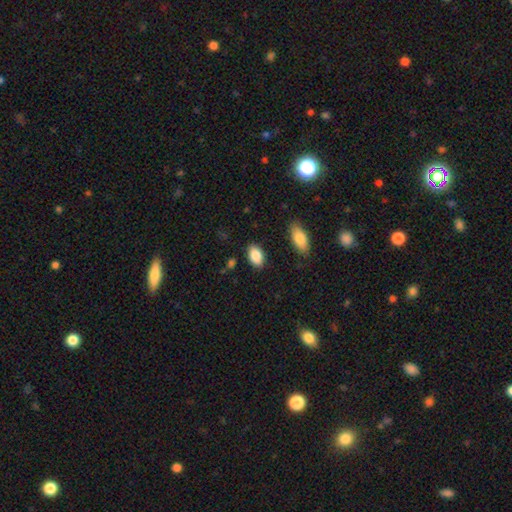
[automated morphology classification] A smooth galaxy with no disk features (87%) that is in between round and cigar-shaped (92%).

Vote fractions:
- Smooth or featured? smooth: 87% / star or artifact: 7% / featured or disk: 6%
- How rounded? in between: 92% / round: 6% / cigar-shaped: 2%
- Merging? none: 86% / minor disturbance: 9% / major disturbance: 2% / merger: 2%